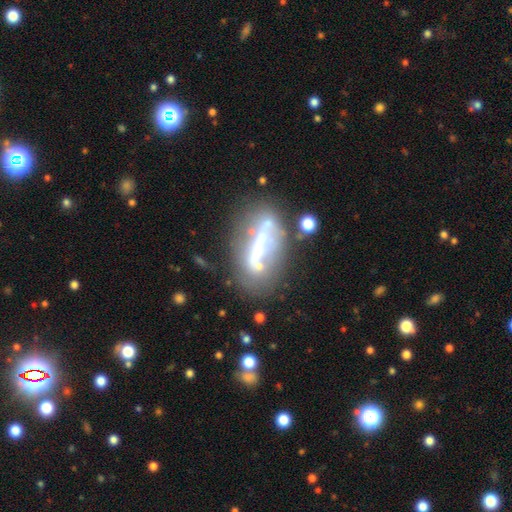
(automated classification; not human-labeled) Q: Smooth or featured?
A: featured or disk (58%); runner-up: smooth (29%)
Q: Edge-on disk?
A: no (72%); runner-up: yes (28%)
Q: Merging?
A: none (48%); runner-up: major disturbance (20%)